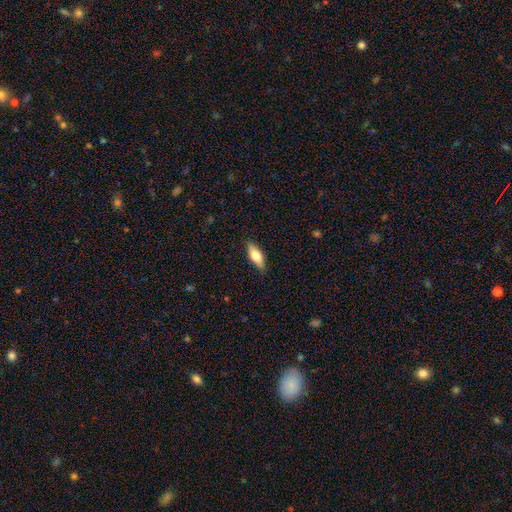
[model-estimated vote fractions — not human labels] A smooth galaxy with no disk features (67%) that is in between round and cigar-shaped (69%).

Vote fractions:
- Smooth or featured? smooth: 67% / featured or disk: 27% / star or artifact: 6%
- How rounded? in between: 69% / cigar-shaped: 29% / round: 3%
- Merging? none: 87% / minor disturbance: 10% / major disturbance: 2% / merger: 1%